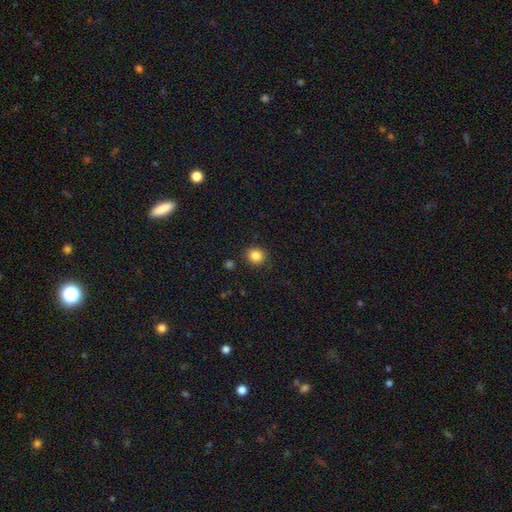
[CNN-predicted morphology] A smooth galaxy with no disk features (85%) that is round (81%).

Vote fractions:
- Smooth or featured? smooth: 85% / star or artifact: 10% / featured or disk: 4%
- How rounded? round: 81% / in between: 18% / cigar-shaped: 1%
- Merging? none: 88% / minor disturbance: 7% / major disturbance: 2% / merger: 2%